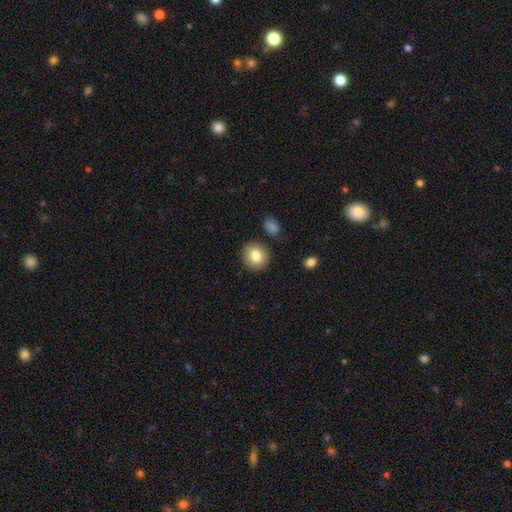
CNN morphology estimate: smooth 84%, featured or disk 8%, star or artifact 8%. Down the decision tree: how rounded — round (81%); merging — none (86%).